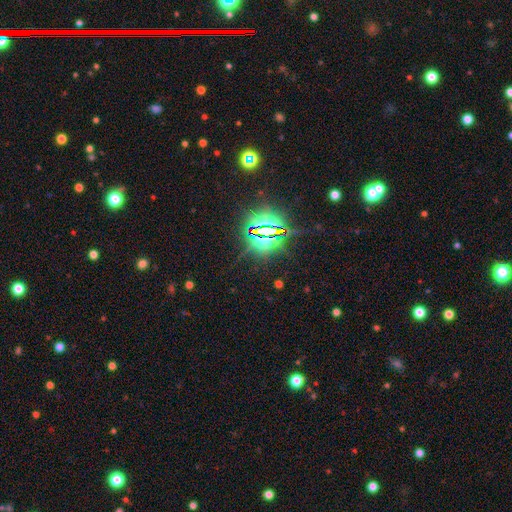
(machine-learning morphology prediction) Smooth or featured?
  - star or artifact: 81% *
  - smooth: 12%
  - featured or disk: 7%